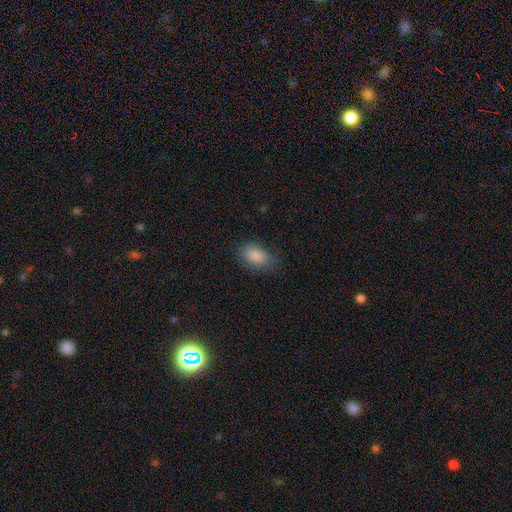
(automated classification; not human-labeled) smooth-or-featured: smooth: 87% | star or artifact: 8% | featured or disk: 5%
  how-rounded: in between: 86% | round: 12% | cigar-shaped: 2%
  merging: none: 73% | minor disturbance: 20% | major disturbance: 6% | merger: 1%